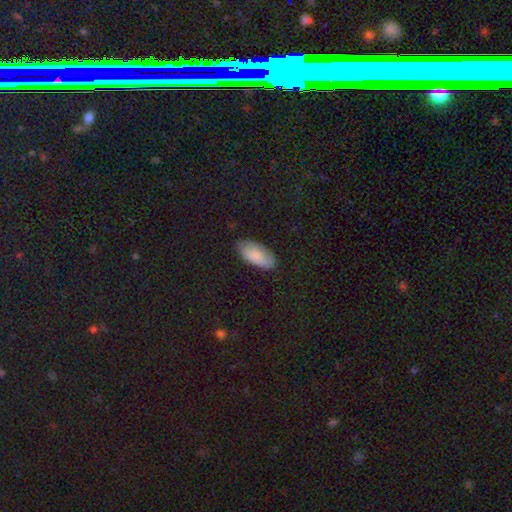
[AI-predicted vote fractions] This appears to be a smooth galaxy with no disk features (81%) that is in between round and cigar-shaped (91%). Merging: none (80%).